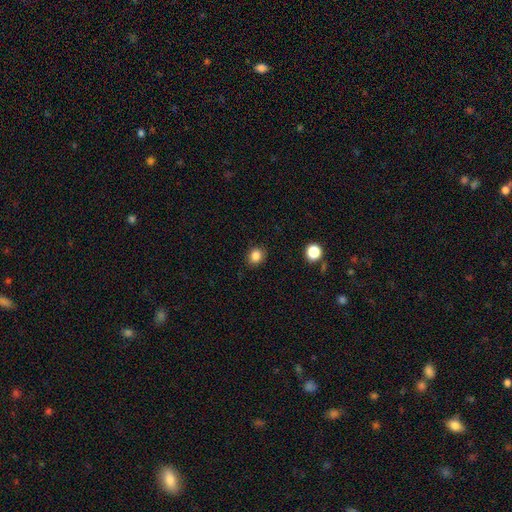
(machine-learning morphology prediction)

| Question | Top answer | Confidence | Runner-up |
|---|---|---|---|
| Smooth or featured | smooth | 85% | star or artifact (11%) |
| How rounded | round | 67% | in between (33%) |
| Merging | none | 88% | minor disturbance (8%) |